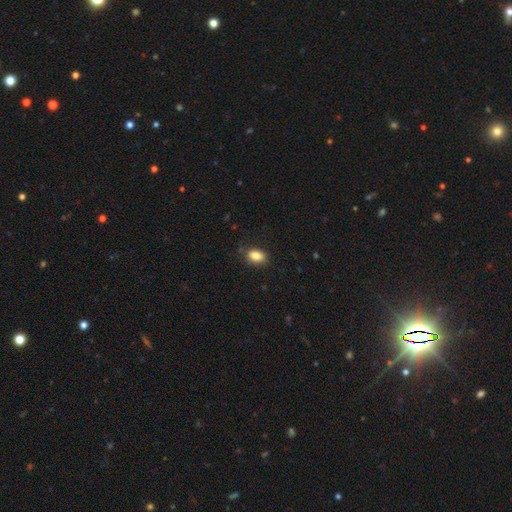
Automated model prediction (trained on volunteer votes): This appears to be a smooth galaxy with no disk features (84%) that is in between round and cigar-shaped (77%). Merging: none (82%).